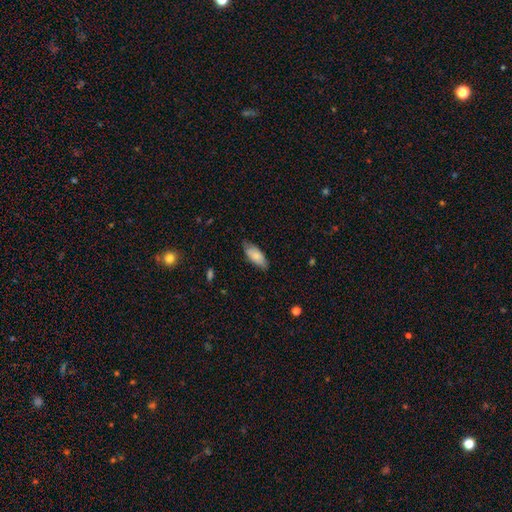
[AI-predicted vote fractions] Smooth or featured: smooth — 76% (featured or disk — 18%)
How rounded: in between — 80% (cigar-shaped — 18%)
Merging: none — 74% (minor disturbance — 21%)